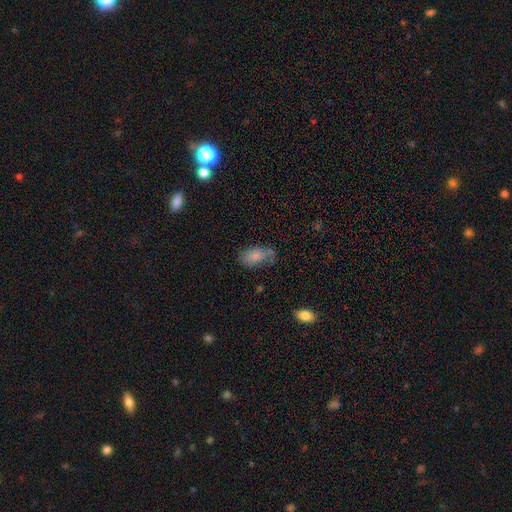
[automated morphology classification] A smooth galaxy with no disk features (78%) that is in between round and cigar-shaped (91%).

Vote fractions:
- Smooth or featured? smooth: 78% / featured or disk: 12% / star or artifact: 9%
- How rounded? in between: 91% / round: 6% / cigar-shaped: 3%
- Merging? none: 53% / minor disturbance: 29% / major disturbance: 10% / merger: 9%